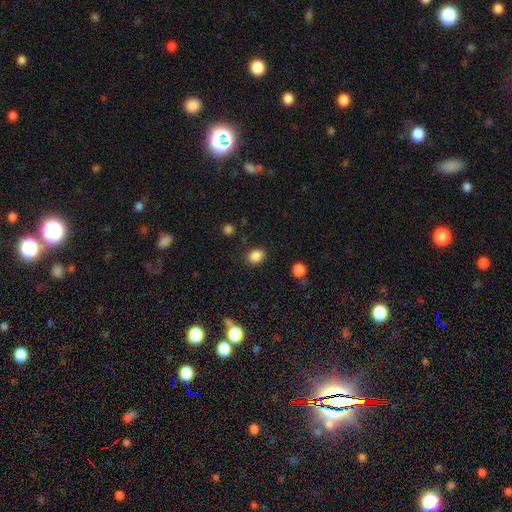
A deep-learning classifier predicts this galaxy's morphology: The model was most divided on "how rounded": in between: 54%, round: 45%, cigar-shaped: 1%. More confident: smooth or featured — smooth (86%); merging — none (85%).